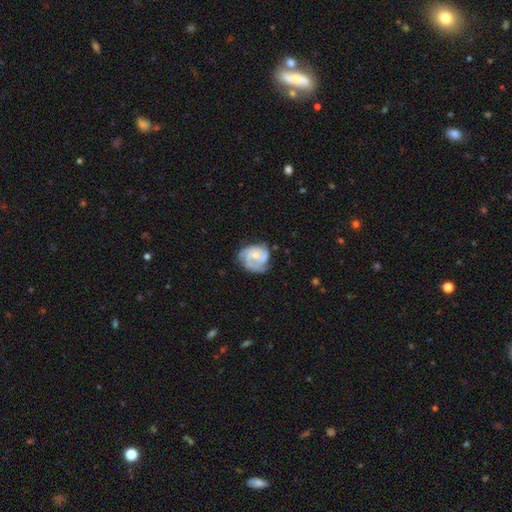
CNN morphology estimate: Overall: featured or disk (74%). Edge-on disk: no (98%). Bar: no (71%). Spiral arms: yes (90%). Spiral arm count: 3 (34%; 2 31%). Spiral winding: tight (50%; medium 38%). Bulge size: small (56%; moderate 35%). Merging: none (55%; minor disturbance 27%).